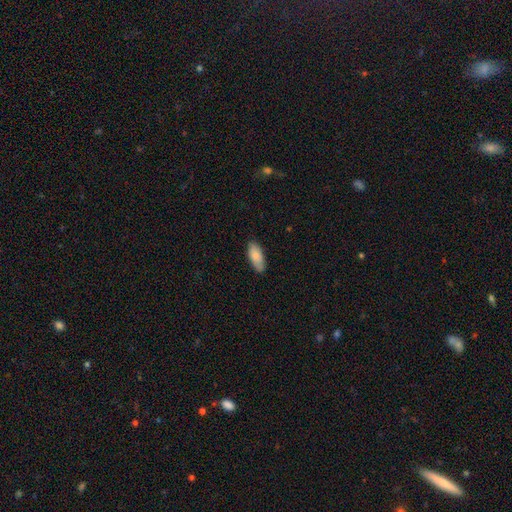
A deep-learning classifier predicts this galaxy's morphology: type=smooth (83%); roundness=in between (87%); merging=none (79%).